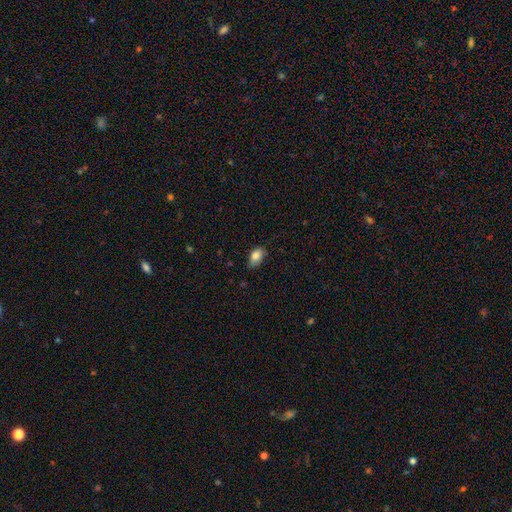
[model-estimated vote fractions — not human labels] Smooth or featured? Predicted: smooth (p=0.83). How rounded? Predicted: in between (p=0.90). Merging? Predicted: none (p=0.71).